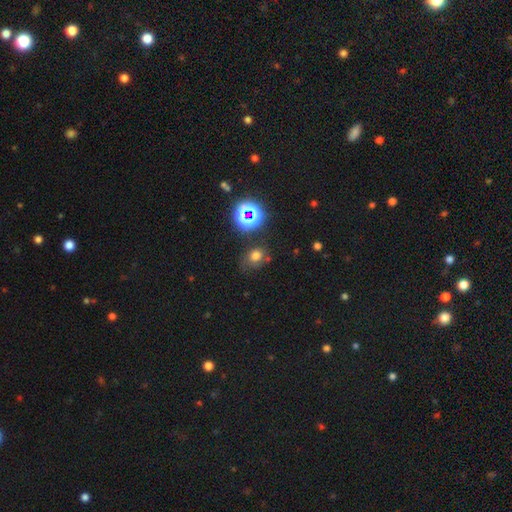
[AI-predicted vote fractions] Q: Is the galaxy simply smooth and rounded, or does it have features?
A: smooth — 64%.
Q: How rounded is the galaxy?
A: round — 53%.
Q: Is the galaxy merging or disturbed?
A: none — 64%.